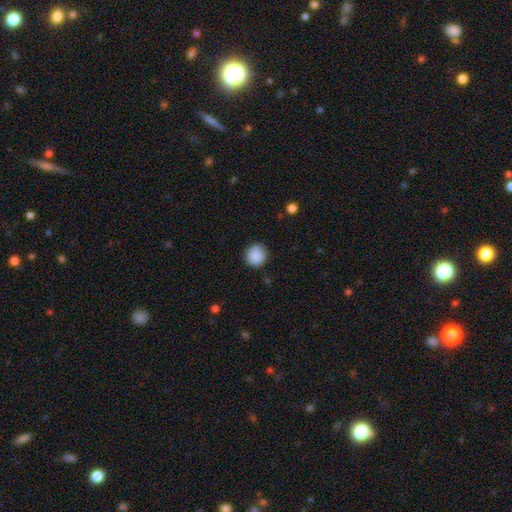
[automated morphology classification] Smooth or featured? Predicted: smooth (p=0.87). How rounded? Predicted: round (p=0.90). Merging? Predicted: none (p=0.80).